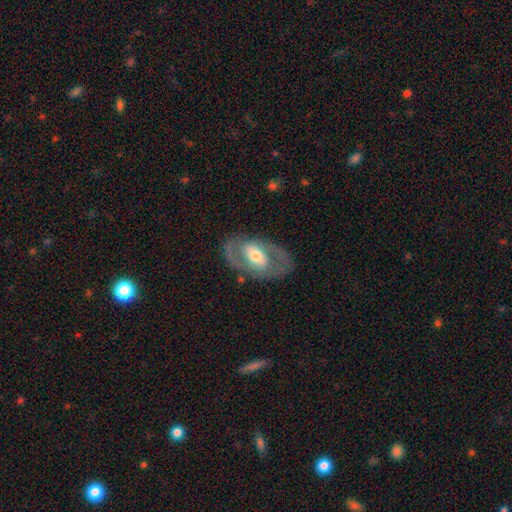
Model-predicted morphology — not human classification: type=featured or disk (73%); edge-on=no (93%); bar=weak (38%); spiral arms=yes (64%); bulge=moderate (65%); merging=none (78%).